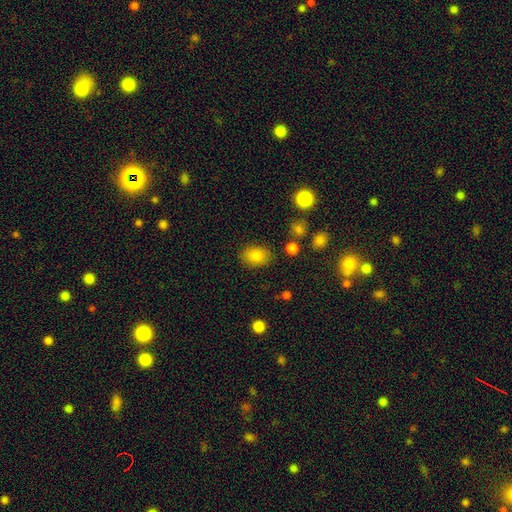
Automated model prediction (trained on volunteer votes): Smooth or featured? smooth (83%)
How rounded? in between (72%)
Merging? none (83%)